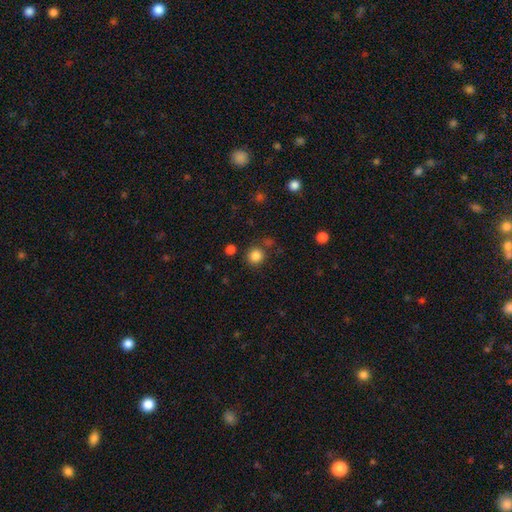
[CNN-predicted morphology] This is clearly a smooth galaxy (84%). How rounded: clearly round (91%). Merging: clearly none (81%).